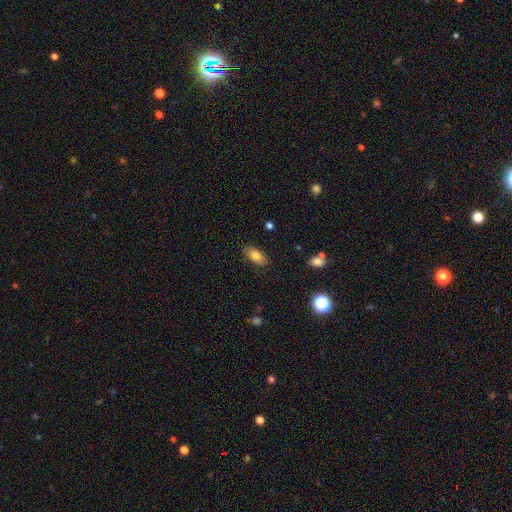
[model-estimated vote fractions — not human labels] Smooth or featured: smooth — 78% (featured or disk — 13%)
How rounded: in between — 88% (cigar-shaped — 8%)
Merging: none — 85% (minor disturbance — 11%)